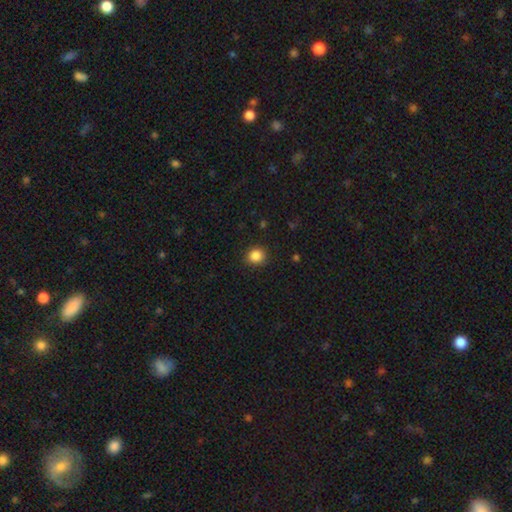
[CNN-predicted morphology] This is clearly a smooth galaxy (86%). How rounded: clearly round (86%). Merging: clearly none (89%).